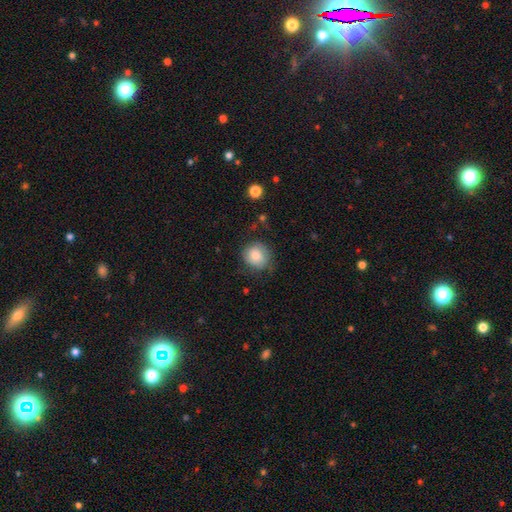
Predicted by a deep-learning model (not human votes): smooth 79%, featured or disk 14%, star or artifact 8%. Down the decision tree: how rounded — round (83%); merging — none (70%).